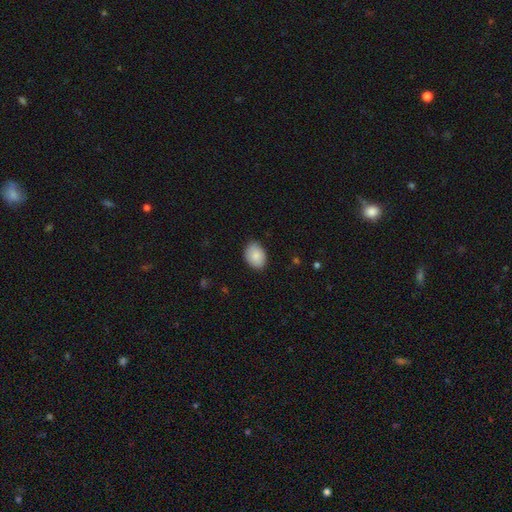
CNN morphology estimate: This appears to be a smooth galaxy with no disk features (88%) that is in between round and cigar-shaped (76%). Merging: none (85%).